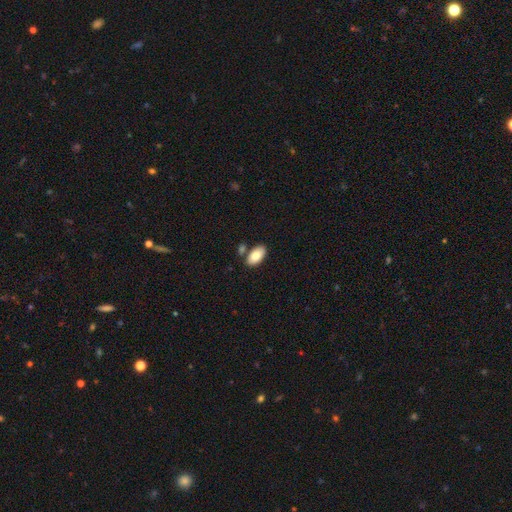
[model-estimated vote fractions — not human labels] This appears to be a smooth galaxy with no disk features (83%) that is in between round and cigar-shaped (95%). Merging: none (76%).